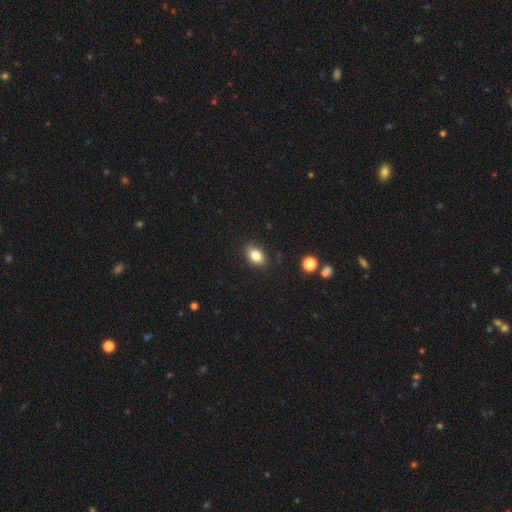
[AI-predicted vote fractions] A smooth galaxy with no disk features (83%) that is in between round and cigar-shaped (82%).

Vote fractions:
- Smooth or featured? smooth: 83% / star or artifact: 9% / featured or disk: 8%
- How rounded? in between: 82% / round: 16% / cigar-shaped: 2%
- Merging? none: 84% / minor disturbance: 12% / major disturbance: 2% / merger: 2%